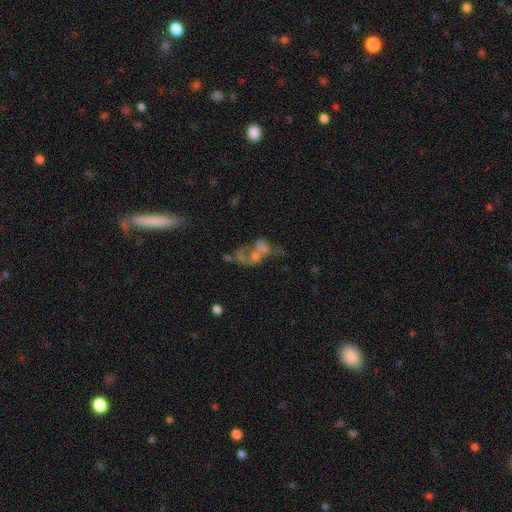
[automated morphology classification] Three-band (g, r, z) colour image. It shows a featured or disk galaxy (55%) with no bar (82%), no spiral arms (66%) and no central bulge (43%). Merging: merger (49%).